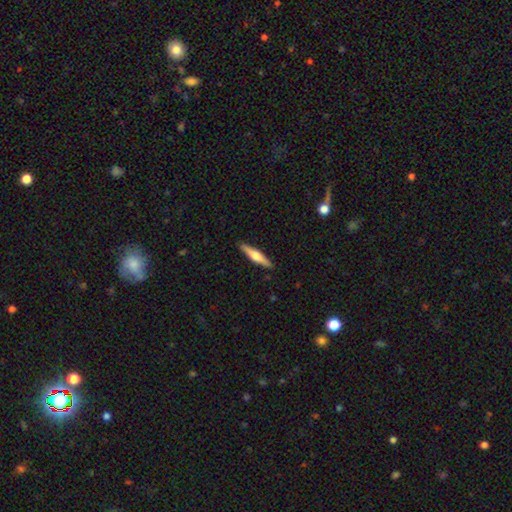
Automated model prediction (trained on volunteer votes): Overall: featured or disk (58%; smooth 37%). Edge-on disk: yes (97%). Edge-on bulge: rounded (87%). Merging: none (91%).